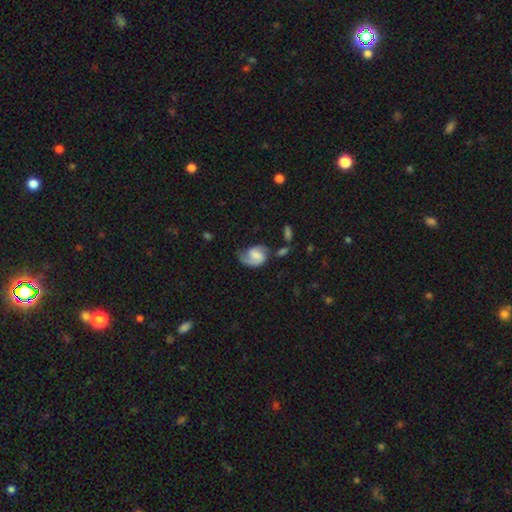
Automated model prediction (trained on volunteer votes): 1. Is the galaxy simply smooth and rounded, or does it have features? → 71% featured or disk, 22% smooth, 7% star or artifact.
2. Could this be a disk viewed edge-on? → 98% no, 2% yes.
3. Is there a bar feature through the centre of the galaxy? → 45% weak, 43% no, 13% strong.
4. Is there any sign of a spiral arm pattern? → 94% yes, 6% no.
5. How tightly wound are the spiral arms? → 44% medium, 31% tight, 26% loose.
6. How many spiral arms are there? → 59% 2, 34% 1, 5% can't tell, 1% 3, 1% 4, 1% more than 4.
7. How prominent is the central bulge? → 32% none, 26% moderate, 22% small, 18% large, 3% dominant.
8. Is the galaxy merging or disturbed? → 51% none, 25% minor disturbance, 18% major disturbance, 6% merger.